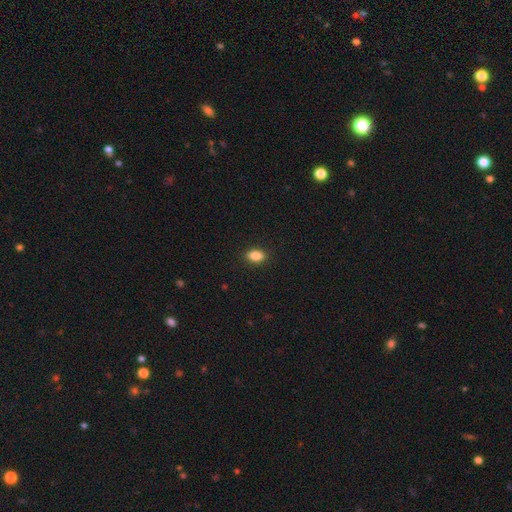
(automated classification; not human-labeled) Smooth or featured? Predicted: smooth (p=0.86). How rounded? Predicted: in between (p=0.84). Merging? Predicted: none (p=0.90).